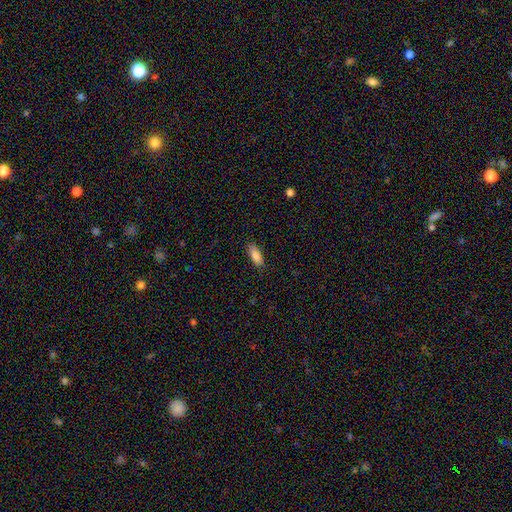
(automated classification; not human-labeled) Smooth or featured? Predicted: smooth (p=0.86). How rounded? Predicted: in between (p=0.72). Merging? Predicted: none (p=0.86).